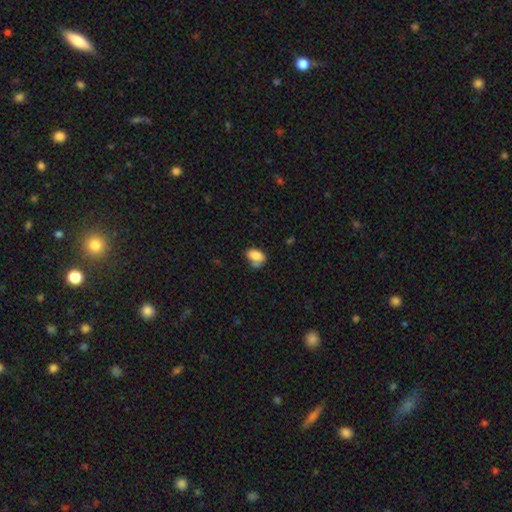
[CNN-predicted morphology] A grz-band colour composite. It shows a smooth galaxy with no disk features (80%) that is in between round and cigar-shaped (85%). Merging: none (45%).